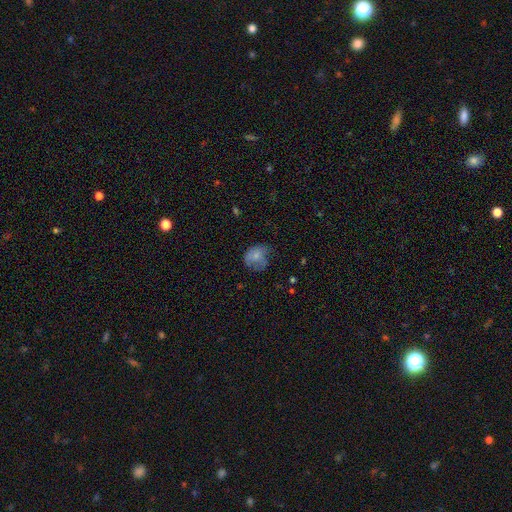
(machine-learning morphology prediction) smooth-or-featured: smooth: 71% | featured or disk: 19% | star or artifact: 10%
  how-rounded: round: 61% | in between: 38% | cigar-shaped: 1%
  merging: none: 43% | minor disturbance: 33% | major disturbance: 22% | merger: 2%